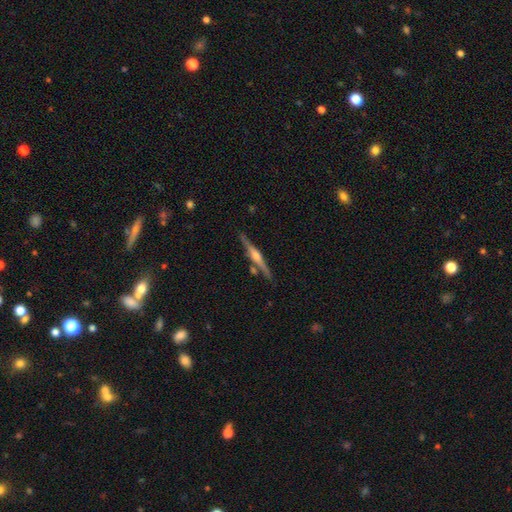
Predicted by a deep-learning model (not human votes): Smooth or featured? featured or disk (81%)
Edge-on disk? yes (98%)
Edge-on bulge? rounded (84%)
Merging? none (86%)